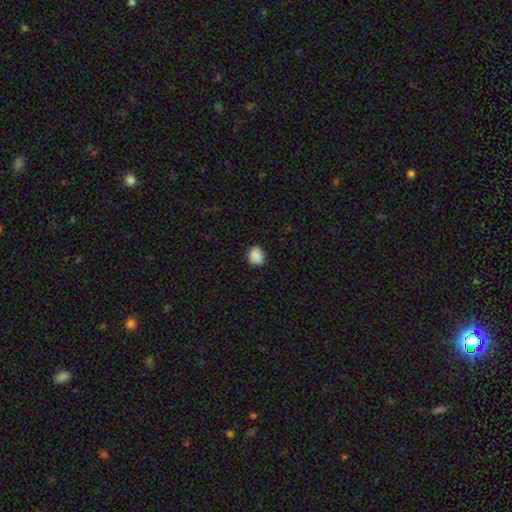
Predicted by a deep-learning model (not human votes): This appears to be a smooth galaxy with no disk features (88%) that is round (65%). Merging: none (83%).